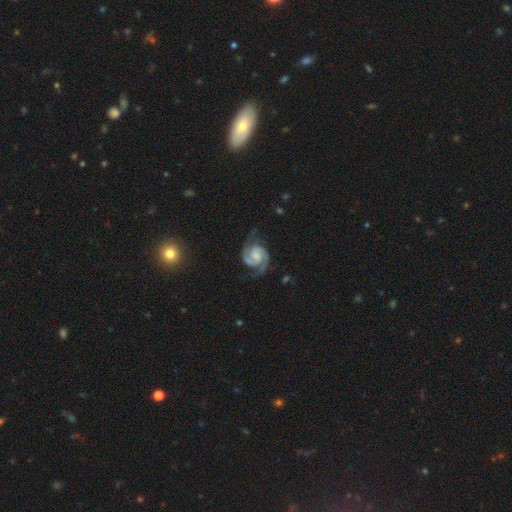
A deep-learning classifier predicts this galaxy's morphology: This appears to be a featured or disk galaxy (91%) with no bar (59%), 2 (92%) medium (50%) spiral arms (98%) and a small central bulge (34%). Merging: none (73%).